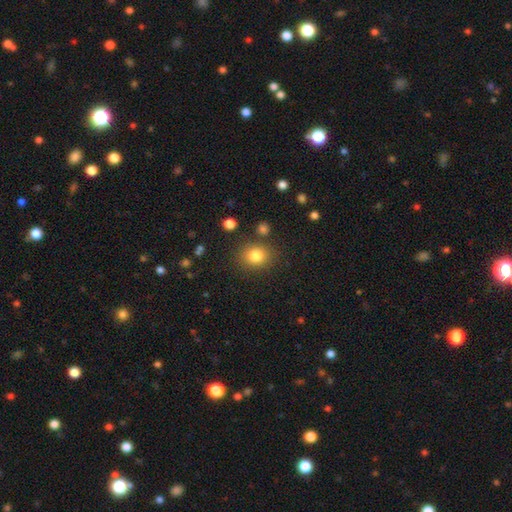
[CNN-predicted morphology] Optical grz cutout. It shows a smooth galaxy with no disk features (81%) that is round (65%). Merging: none (81%).